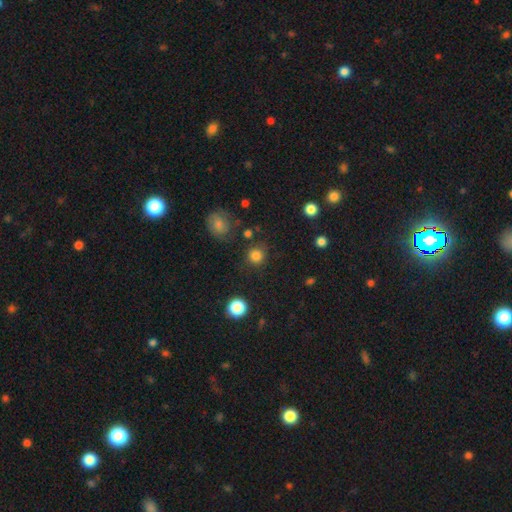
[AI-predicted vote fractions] Morphology: type=smooth (82%); roundness=round (92%); merging=none (82%).